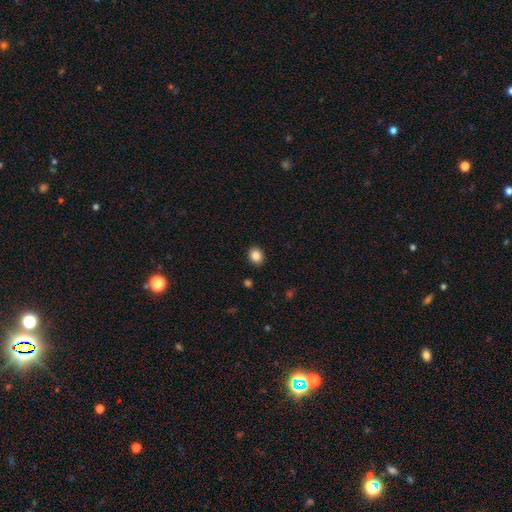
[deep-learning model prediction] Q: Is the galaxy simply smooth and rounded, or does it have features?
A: smooth — 86%.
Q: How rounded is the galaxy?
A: round — 54%.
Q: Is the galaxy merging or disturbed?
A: none — 90%.